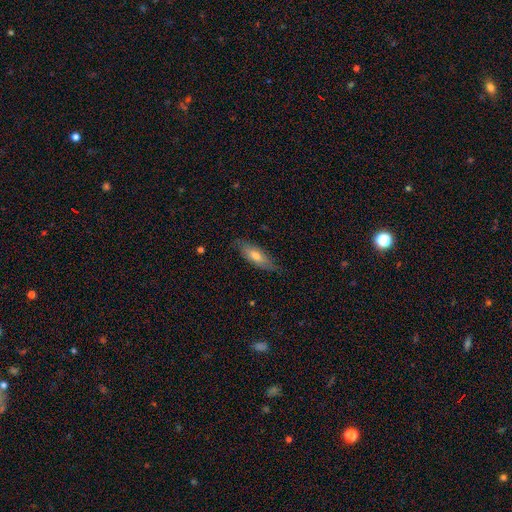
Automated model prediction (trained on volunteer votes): Morphology: type=smooth (58%); roundness=in between (53%); merging=none (78%).